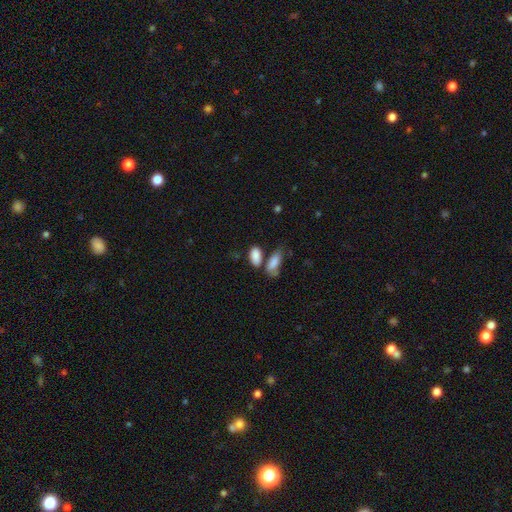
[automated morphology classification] Smooth or featured?
  - smooth: 87% *
  - star or artifact: 7%
  - featured or disk: 6%
How rounded?
  - in between: 89% *
  - cigar-shaped: 7%
  - round: 4%
Merging?
  - none: 52% *
  - merger: 25%
  - minor disturbance: 16%
  - major disturbance: 6%